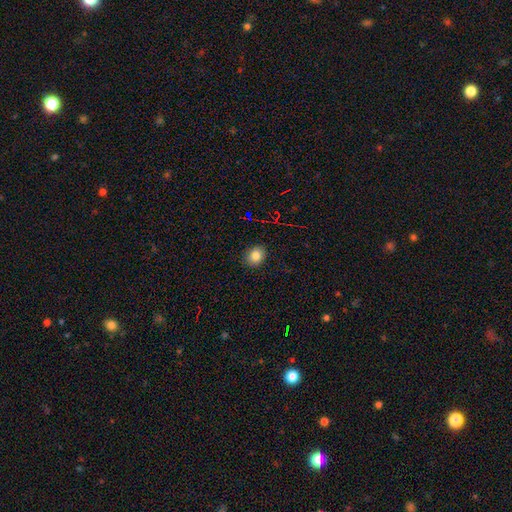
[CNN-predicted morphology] Smooth or featured? Predicted: smooth (p=0.84). How rounded? Predicted: round (p=0.56). Merging? Predicted: none (p=0.89).